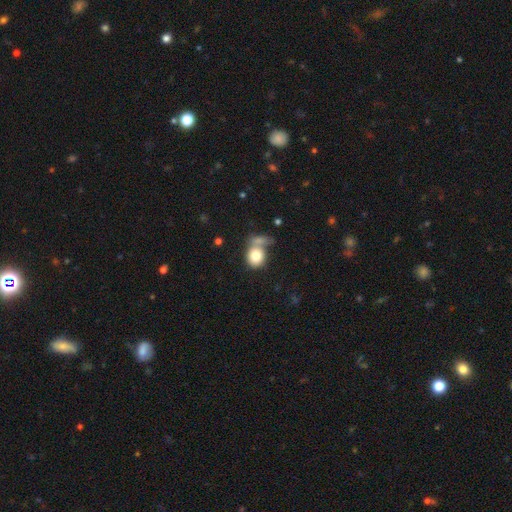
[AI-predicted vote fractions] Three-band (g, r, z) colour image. It shows a smooth galaxy with no disk features (78%) that is round (67%). Merging: merger (38%).